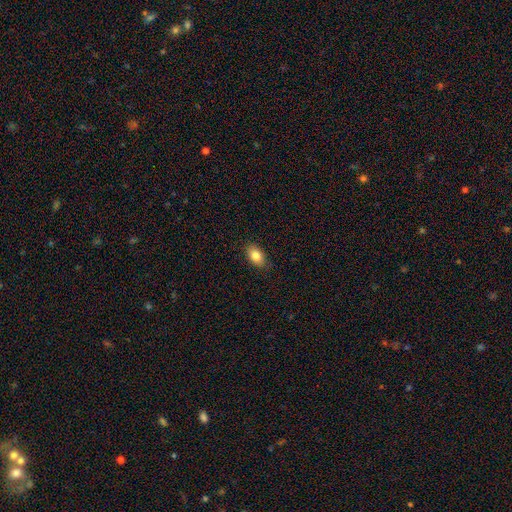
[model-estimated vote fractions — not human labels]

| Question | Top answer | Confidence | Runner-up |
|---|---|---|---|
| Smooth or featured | smooth | 84% | featured or disk (8%) |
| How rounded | in between | 88% | round (10%) |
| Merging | none | 86% | minor disturbance (11%) |